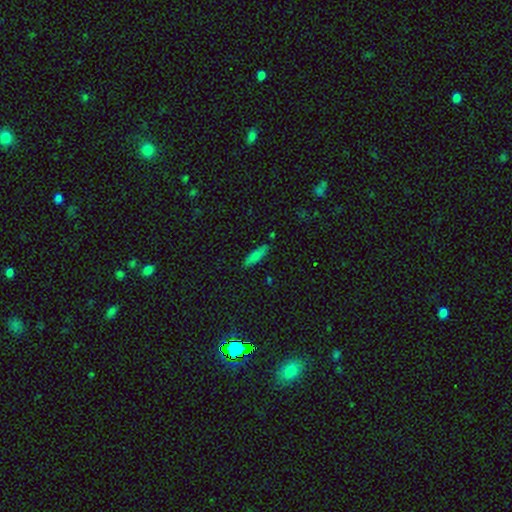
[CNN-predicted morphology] This is likely a smooth galaxy (76%). How rounded: possibly cigar-shaped (52%). Merging: clearly none (83%).